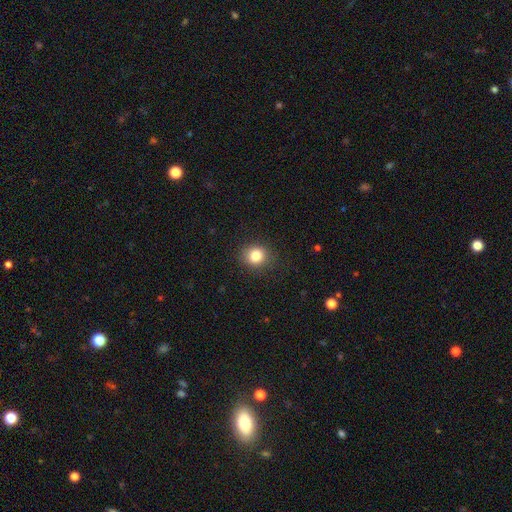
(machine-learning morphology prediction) Smooth or featured: smooth — 83% (star or artifact — 11%)
How rounded: round — 80% (in between — 19%)
Merging: none — 87% (minor disturbance — 9%)